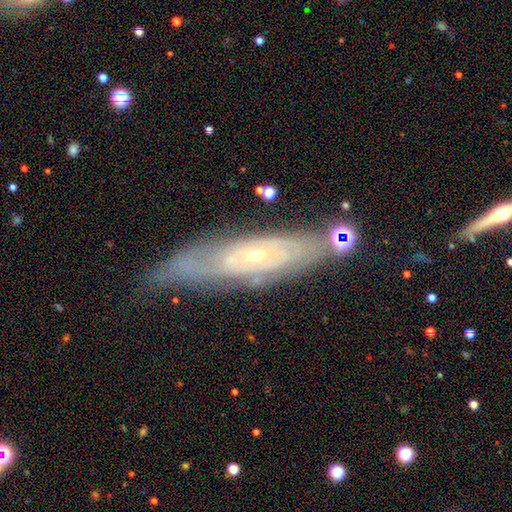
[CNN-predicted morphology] A featured or disk galaxy (77%) with no bar (80%), spiral arms (70%) and a small central bulge (68%).

Vote fractions:
- Smooth or featured? featured or disk: 77% / smooth: 15% / star or artifact: 8%
- Edge-on disk? no: 76% / yes: 24%
- Bar? no: 80% / weak: 16% / strong: 5%
- Spiral arms? yes: 70% / no: 30%
- Bulge size? small: 68% / moderate: 28% / large: 1% / none: 1% / dominant: 1%
- Merging? none: 69% / minor disturbance: 20% / major disturbance: 8% / merger: 4%